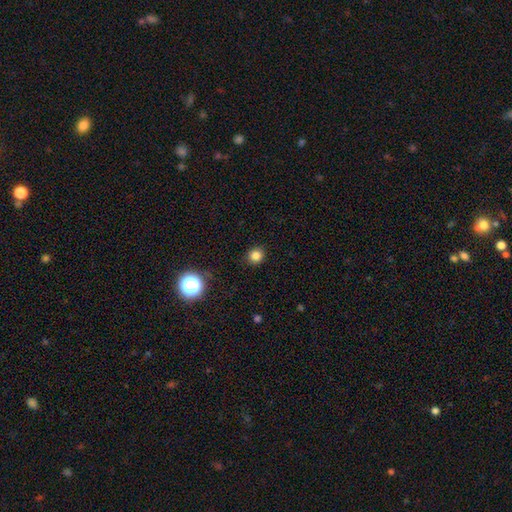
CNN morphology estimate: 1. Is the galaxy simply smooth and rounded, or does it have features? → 82% smooth, 14% star or artifact, 5% featured or disk.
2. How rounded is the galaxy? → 88% round, 11% in between, 1% cigar-shaped.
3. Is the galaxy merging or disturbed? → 91% none, 6% minor disturbance, 2% major disturbance, 1% merger.